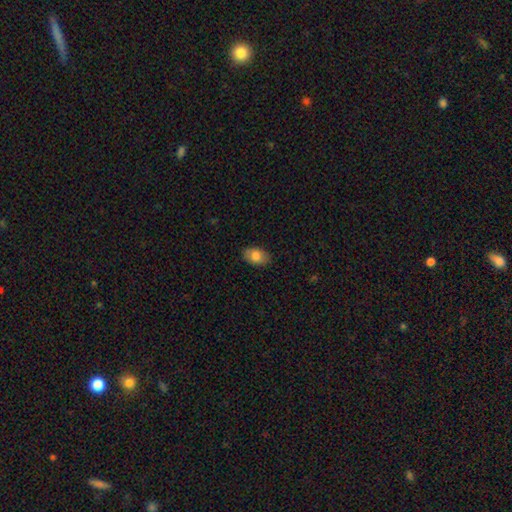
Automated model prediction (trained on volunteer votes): Smooth or featured? Predicted: smooth (p=0.81). How rounded? Predicted: in between (p=0.87). Merging? Predicted: none (p=0.85).